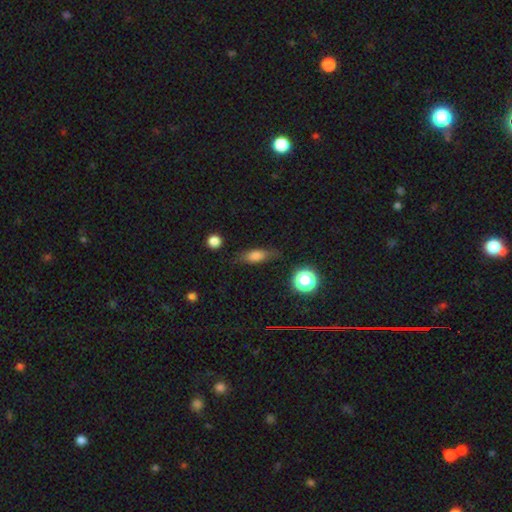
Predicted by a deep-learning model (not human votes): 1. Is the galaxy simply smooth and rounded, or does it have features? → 69% smooth, 20% featured or disk, 11% star or artifact.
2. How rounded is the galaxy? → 58% in between, 33% cigar-shaped, 8% round.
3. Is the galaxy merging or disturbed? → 71% none, 20% minor disturbance, 6% major disturbance, 2% merger.